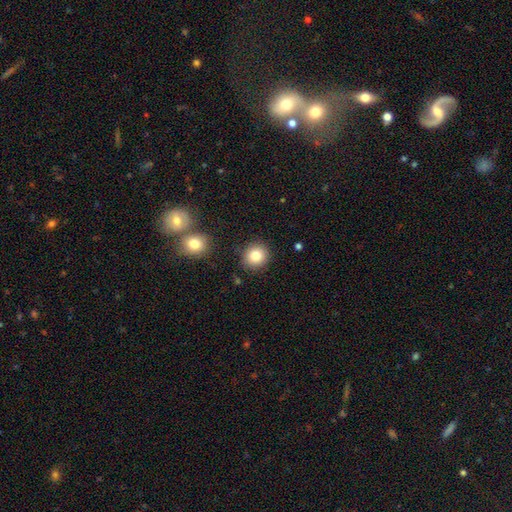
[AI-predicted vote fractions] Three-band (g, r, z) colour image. It shows a smooth galaxy with no disk features (82%) that is round (88%). Merging: none (87%).